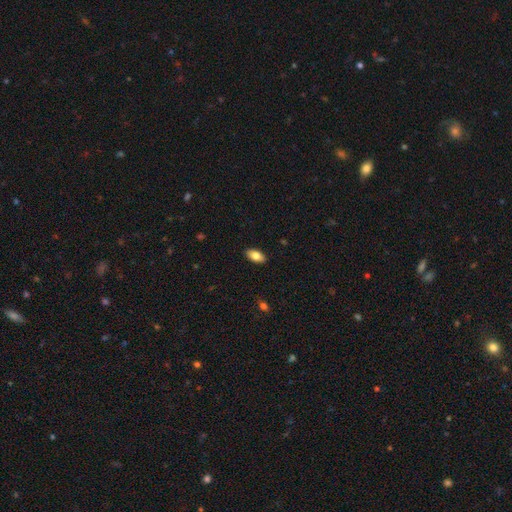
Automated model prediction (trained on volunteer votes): Smooth or featured? smooth (82%)
How rounded? in between (92%)
Merging? none (89%)